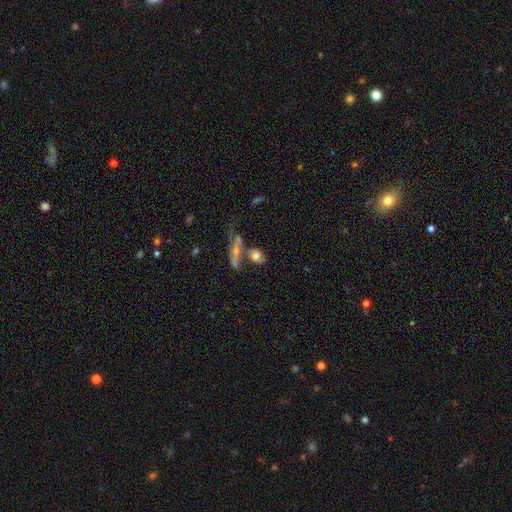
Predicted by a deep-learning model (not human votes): Q: Smooth or featured?
A: smooth (65%); runner-up: featured or disk (25%)
Q: How rounded?
A: in between (55%); runner-up: round (38%)
Q: Merging?
A: merger (38%); runner-up: none (36%)